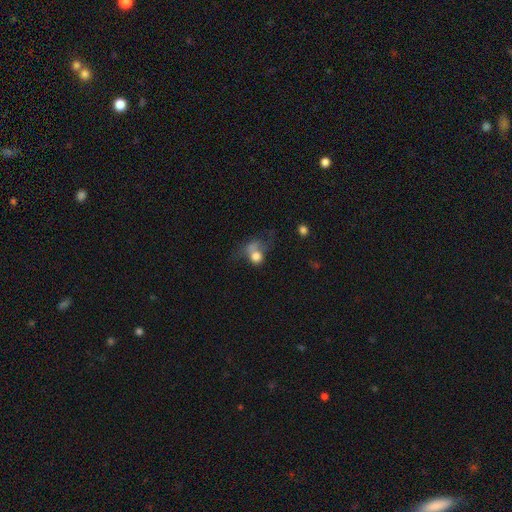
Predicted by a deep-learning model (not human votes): Morphology: type=smooth (69%); roundness=round (63%); merging=major disturbance (35%).